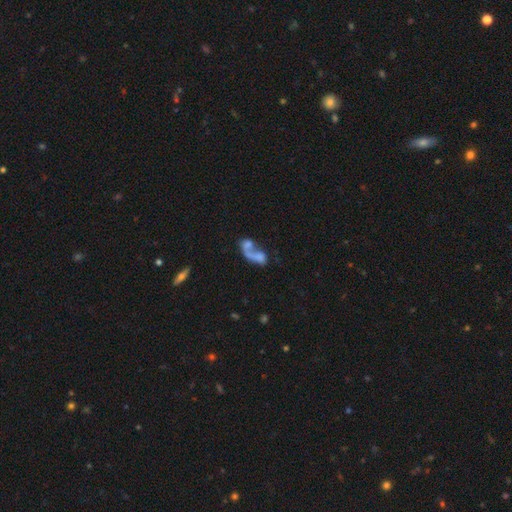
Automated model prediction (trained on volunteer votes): Q: Smooth or featured?
A: smooth (51%); runner-up: featured or disk (38%)
Q: How rounded?
A: in between (69%); runner-up: round (21%)
Q: Merging?
A: merger (60%); runner-up: major disturbance (17%)